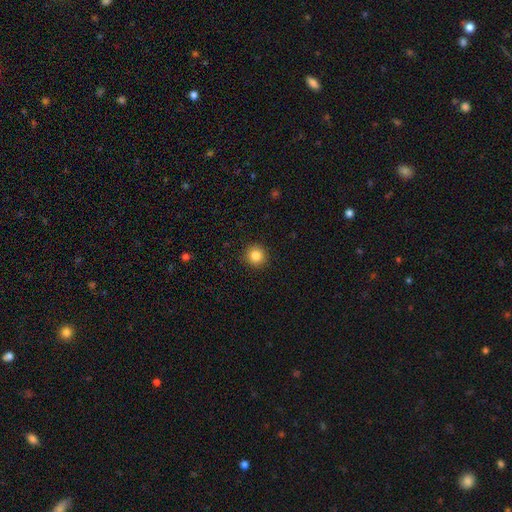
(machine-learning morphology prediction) This appears to be a smooth galaxy with no disk features (83%) that is round (94%). Merging: none (92%).